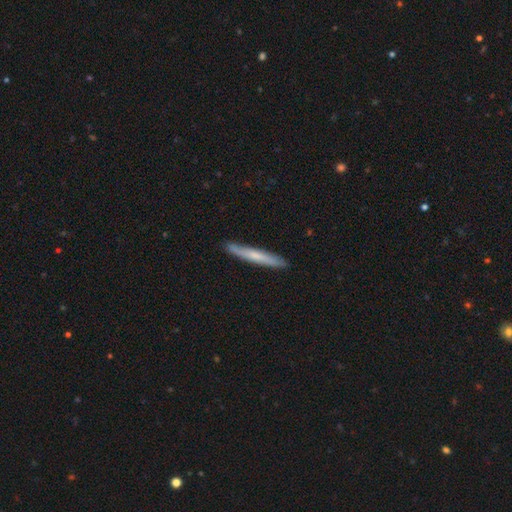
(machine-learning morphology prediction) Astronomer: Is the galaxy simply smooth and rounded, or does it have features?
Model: smooth — 59% (runner-up: featured or disk, 36%).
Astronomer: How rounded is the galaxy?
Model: cigar-shaped — 96%.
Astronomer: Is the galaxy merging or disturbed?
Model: none — 88%.